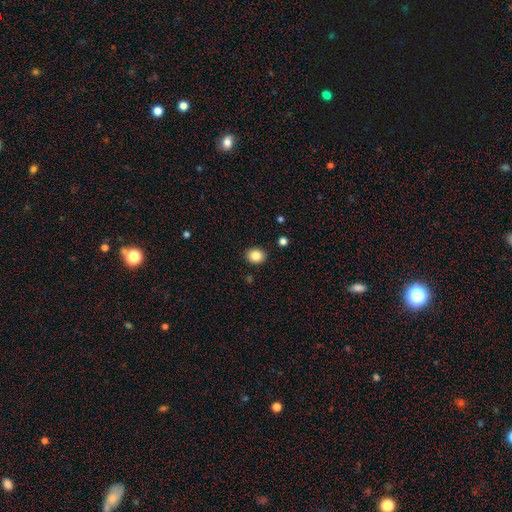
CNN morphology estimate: The model was most divided on "how rounded": round: 65%, in between: 34%, cigar-shaped: 1%. More confident: merging — none (90%); smooth or featured — smooth (85%).